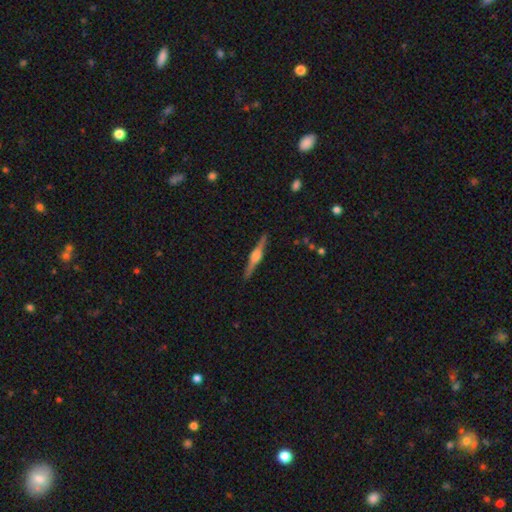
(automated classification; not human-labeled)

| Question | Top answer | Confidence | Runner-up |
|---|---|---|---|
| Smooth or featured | featured or disk | 80% | smooth (15%) |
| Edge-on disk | yes | 98% | no (2%) |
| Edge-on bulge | rounded | 88% | boxy (9%) |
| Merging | none | 91% | minor disturbance (6%) |